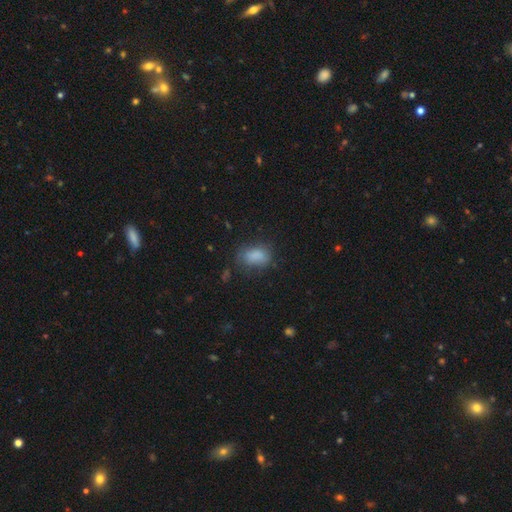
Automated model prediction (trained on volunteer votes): Smooth or featured? smooth (82%)
How rounded? in between (85%)
Merging? none (63%)